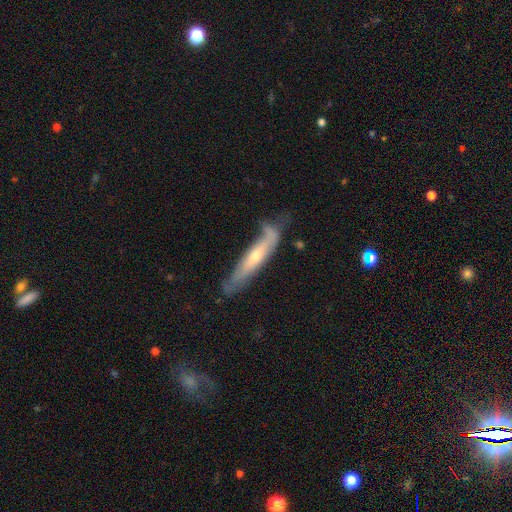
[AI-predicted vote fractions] A featured or disk galaxy (56%) viewed edge-on (66%). Merging: none (48%).